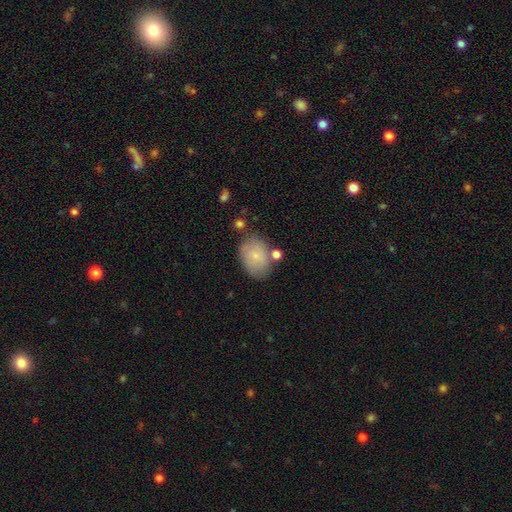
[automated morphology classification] smooth_or_featured: smooth (p=0.76) [alt: featured or disk p=0.17]
how_rounded: in between (p=0.76) [alt: round p=0.23]
merging: none (p=0.64) [alt: minor disturbance p=0.21]